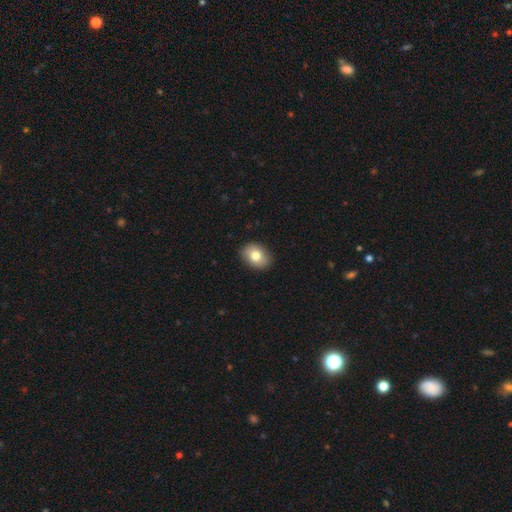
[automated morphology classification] Overall: smooth (80%). How rounded: in between (68%; round 30%). Merging: none (90%).